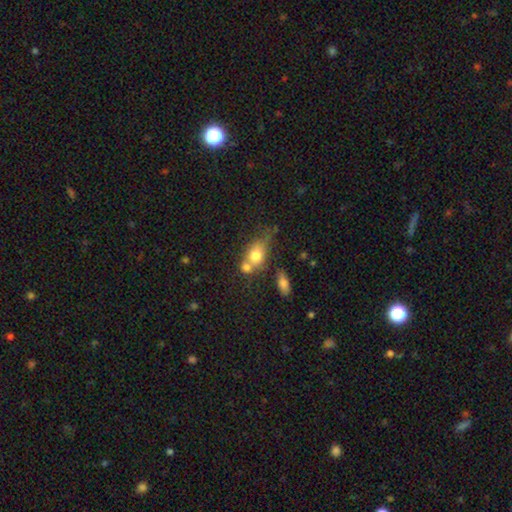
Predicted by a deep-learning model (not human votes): This is likely a smooth galaxy (74%). How rounded: likely in between (61%). Merging: possibly merger (49%).